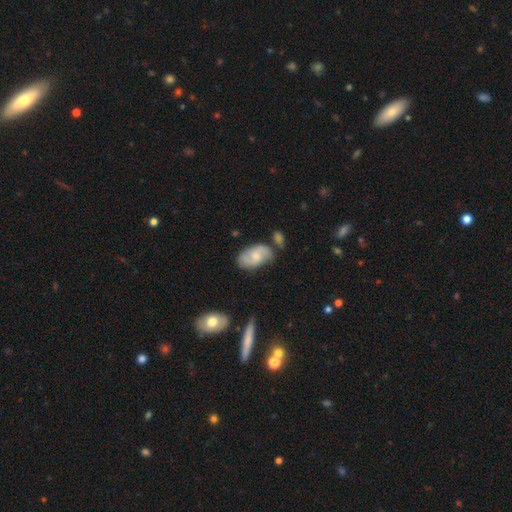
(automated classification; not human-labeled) Smooth or featured? Predicted: featured or disk (p=0.49). Merging? Predicted: none (p=0.59).